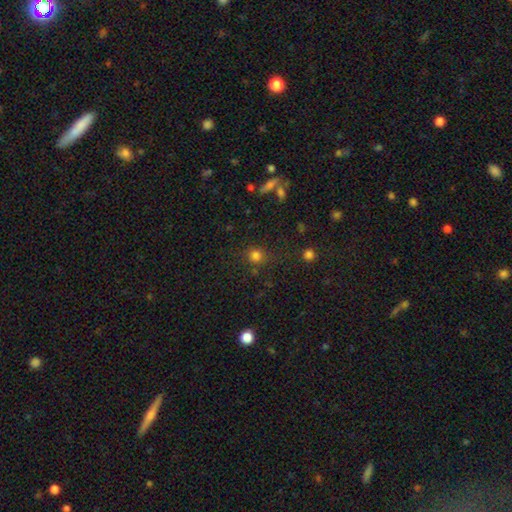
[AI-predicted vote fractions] Smooth or featured? Predicted: smooth (p=0.77). How rounded? Predicted: round (p=0.88). Merging? Predicted: none (p=0.79).